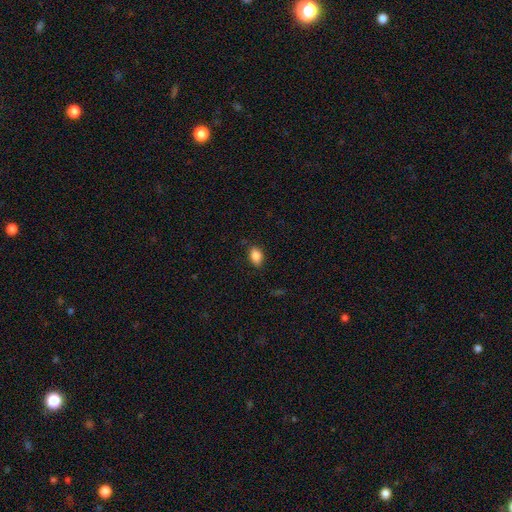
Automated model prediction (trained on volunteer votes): This is clearly a smooth galaxy (87%). How rounded: clearly in between (83%). Merging: clearly none (82%).